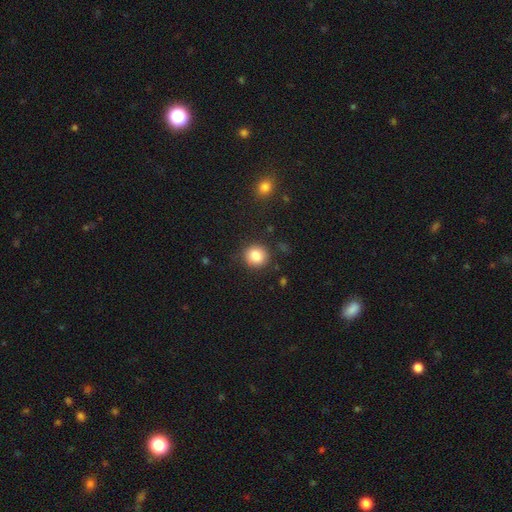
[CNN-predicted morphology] smooth_or_featured: smooth (p=0.84) [alt: star or artifact p=0.10]
how_rounded: round (p=0.88) [alt: in between p=0.12]
merging: none (p=0.87) [alt: minor disturbance p=0.08]